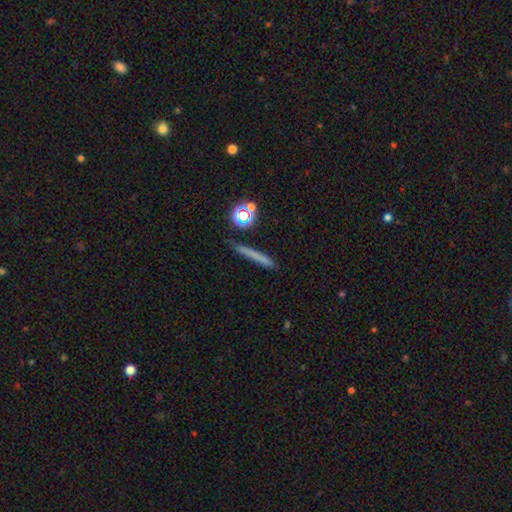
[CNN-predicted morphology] smooth 63%, featured or disk 22%, star or artifact 16%. Down the decision tree: how rounded — cigar-shaped (89%); merging — none (81%).